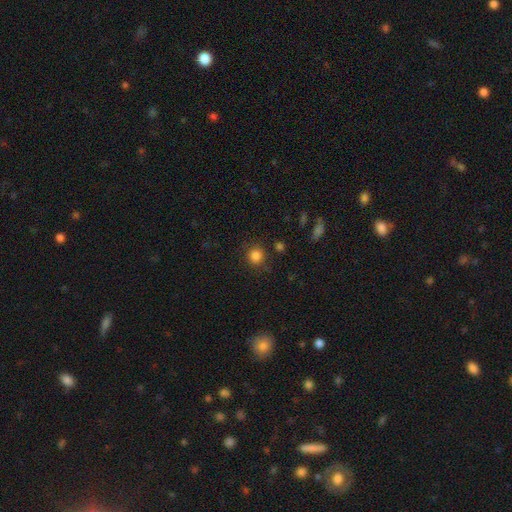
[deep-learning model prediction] Morphology: type=smooth (84%); roundness=round (91%); merging=none (86%).